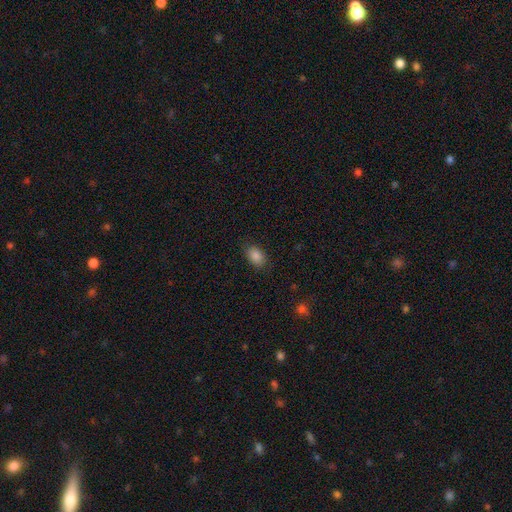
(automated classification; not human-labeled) Smooth or featured? Predicted: smooth (p=0.87). How rounded? Predicted: in between (p=0.87). Merging? Predicted: none (p=0.84).